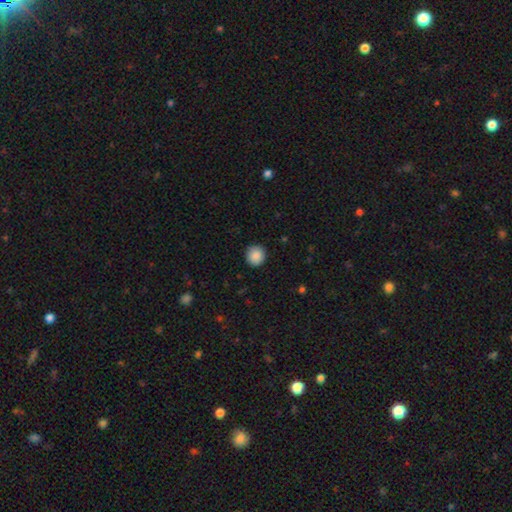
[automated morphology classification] smooth 88%, star or artifact 8%, featured or disk 4%. Down the decision tree: how rounded — round (91%); merging — none (91%).